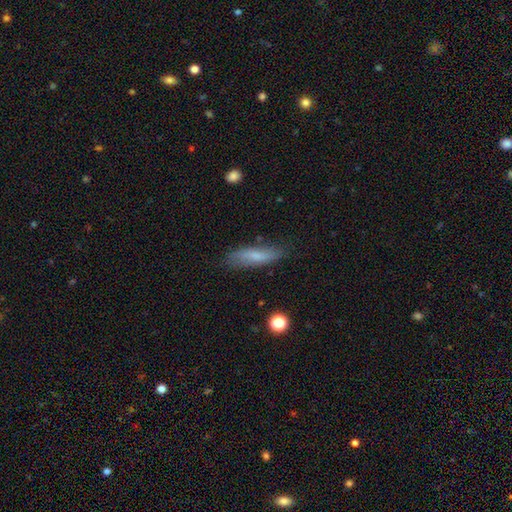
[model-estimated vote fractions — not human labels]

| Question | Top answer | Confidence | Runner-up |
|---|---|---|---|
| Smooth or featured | smooth | 70% | featured or disk (22%) |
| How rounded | cigar-shaped | 68% | in between (30%) |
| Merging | none | 78% | minor disturbance (16%) |